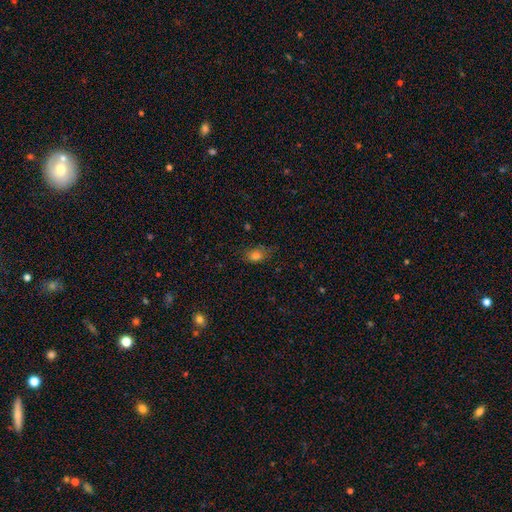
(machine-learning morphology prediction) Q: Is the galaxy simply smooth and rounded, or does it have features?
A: smooth — 79%.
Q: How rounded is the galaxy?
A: in between — 72%.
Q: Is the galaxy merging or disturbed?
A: none — 66%.